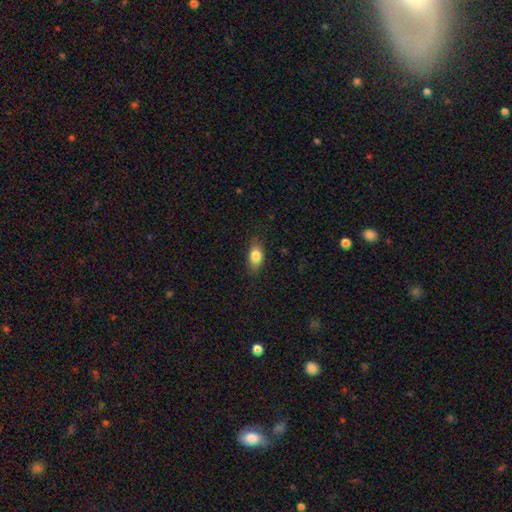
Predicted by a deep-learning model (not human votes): Overall: smooth (81%). How rounded: in between (85%). Merging: none (81%).